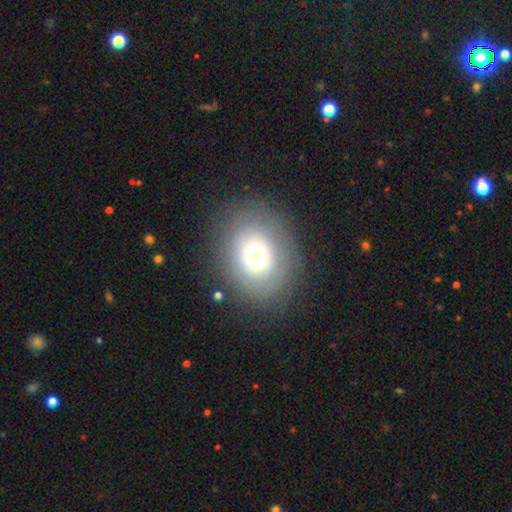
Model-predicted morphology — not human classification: This appears to be a smooth galaxy with no disk features (46%). Merging: none (80%).